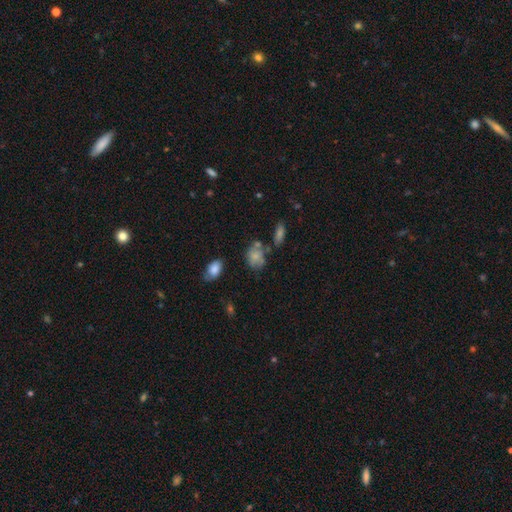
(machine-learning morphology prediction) type=smooth (70%); roundness=in between (64%); merging=none (45%).